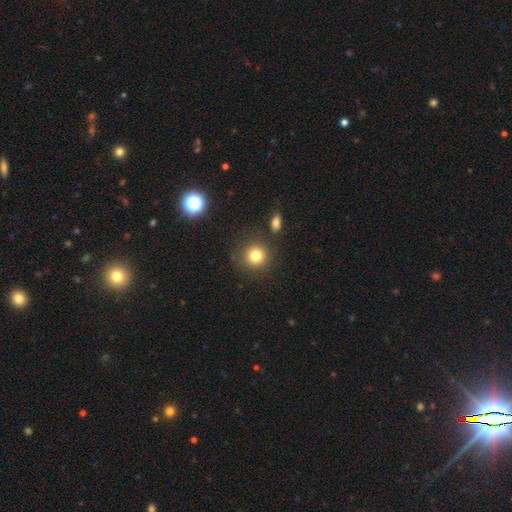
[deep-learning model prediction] Smooth or featured?
  - smooth: 80% *
  - star or artifact: 12%
  - featured or disk: 7%
How rounded?
  - round: 92% *
  - in between: 7%
  - cigar-shaped: 1%
Merging?
  - none: 85% *
  - minor disturbance: 8%
  - merger: 4%
  - major disturbance: 3%